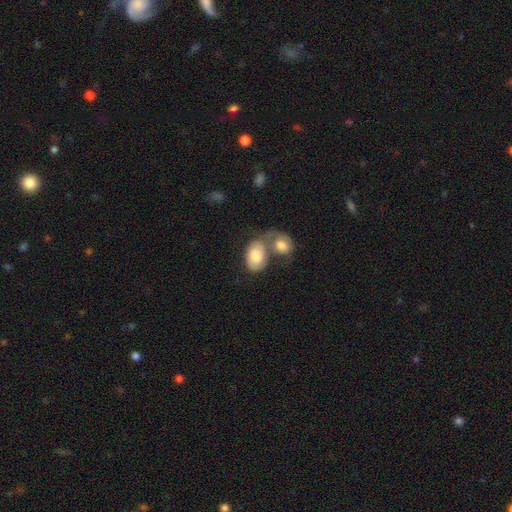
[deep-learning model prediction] This is likely a smooth galaxy (72%). How rounded: clearly in between (85%). Merging: likely merger (60%).